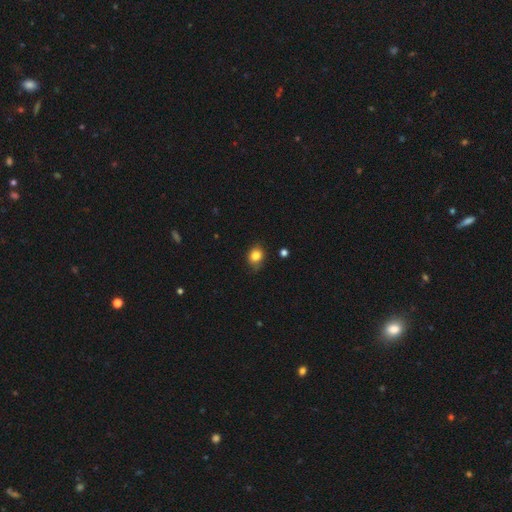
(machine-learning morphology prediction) Overall: smooth (82%). How rounded: round (53%; in between 46%). Merging: none (71%).